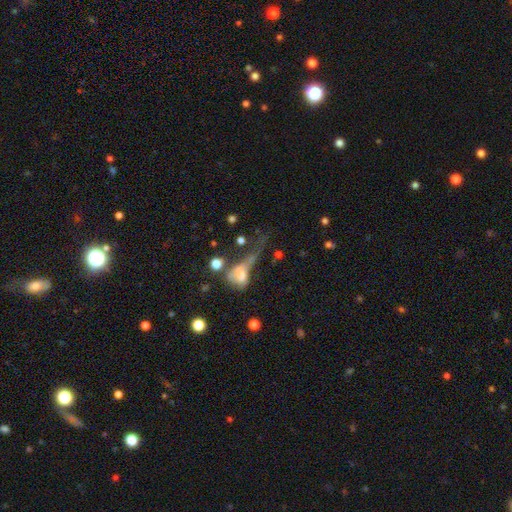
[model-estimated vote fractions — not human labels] A smooth galaxy with no disk features (39%).

Vote fractions:
- Smooth or featured? smooth: 39% / featured or disk: 37% / star or artifact: 23%
- Merging? major disturbance: 50% / merger: 20% / none: 17% / minor disturbance: 12%